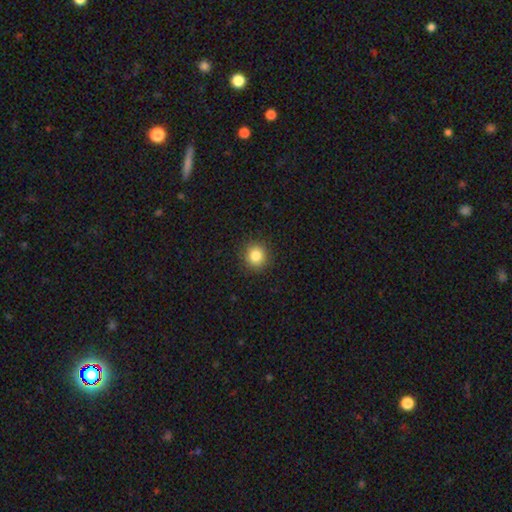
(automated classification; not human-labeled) Morphology: type=smooth (84%); roundness=round (91%); merging=none (91%).